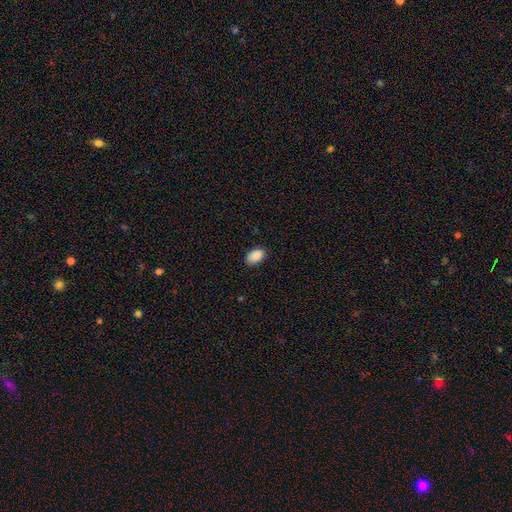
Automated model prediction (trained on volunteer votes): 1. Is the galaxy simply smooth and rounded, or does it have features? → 89% smooth, 7% star or artifact, 4% featured or disk.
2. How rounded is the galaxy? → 93% in between, 6% round, 1% cigar-shaped.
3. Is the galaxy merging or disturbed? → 85% none, 11% minor disturbance, 2% major disturbance, 1% merger.